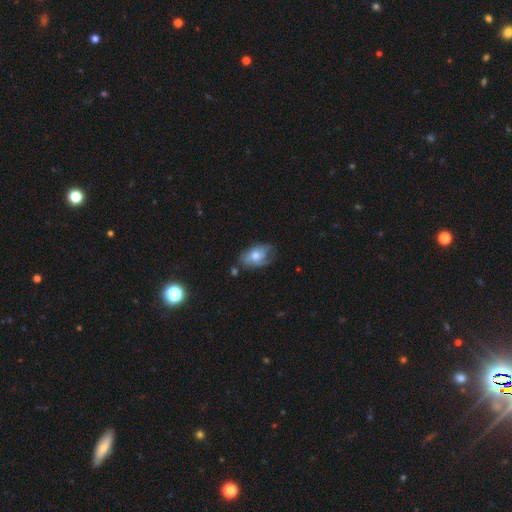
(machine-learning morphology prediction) Smooth or featured?
  - smooth: 49% *
  - featured or disk: 43%
  - star or artifact: 8%
Merging?
  - none: 51% *
  - minor disturbance: 32%
  - major disturbance: 13%
  - merger: 4%